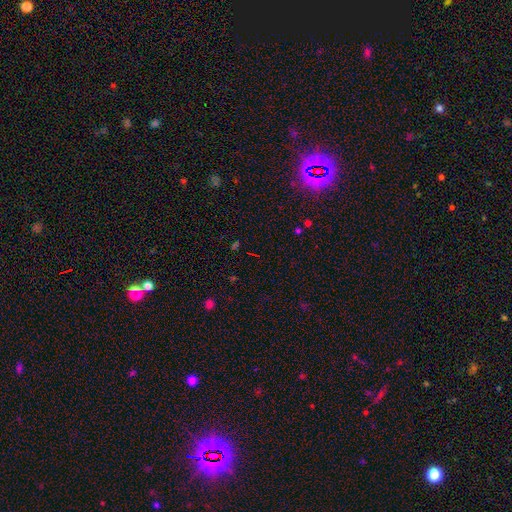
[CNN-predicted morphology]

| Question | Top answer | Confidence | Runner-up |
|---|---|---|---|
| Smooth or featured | star or artifact | 68% | smooth (23%) |